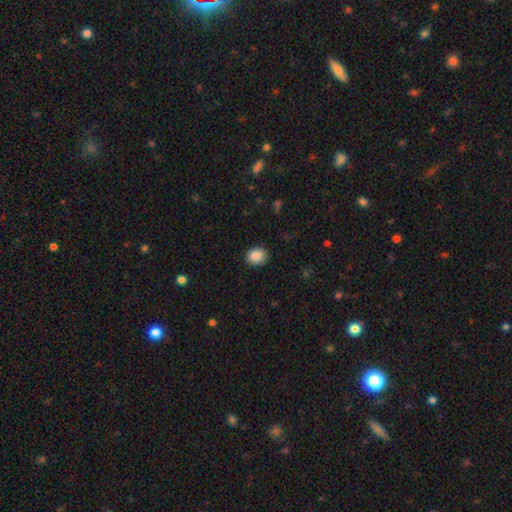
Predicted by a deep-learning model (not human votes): smooth-or-featured: smooth: 85% | star or artifact: 9% | featured or disk: 6%
  how-rounded: round: 69% | in between: 30% | cigar-shaped: 1%
  merging: none: 90% | minor disturbance: 8% | major disturbance: 2% | merger: 1%